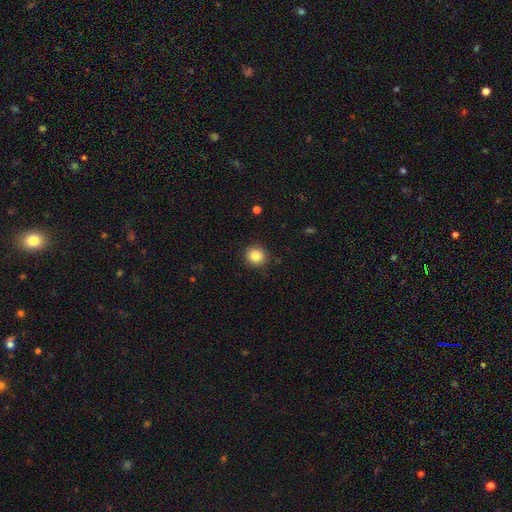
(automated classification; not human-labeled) smooth-or-featured: smooth: 84% | star or artifact: 10% | featured or disk: 6%
  how-rounded: round: 88% | in between: 11% | cigar-shaped: 1%
  merging: none: 91% | minor disturbance: 6% | major disturbance: 2% | merger: 1%